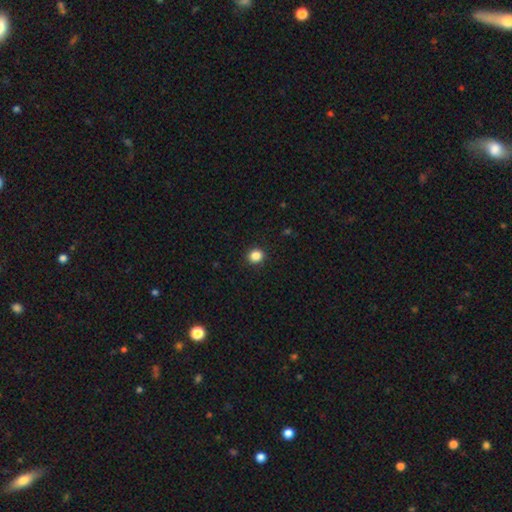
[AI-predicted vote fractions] Smooth or featured: smooth — 85% (star or artifact — 11%)
How rounded: round — 86% (in between — 13%)
Merging: none — 92% (minor disturbance — 5%)